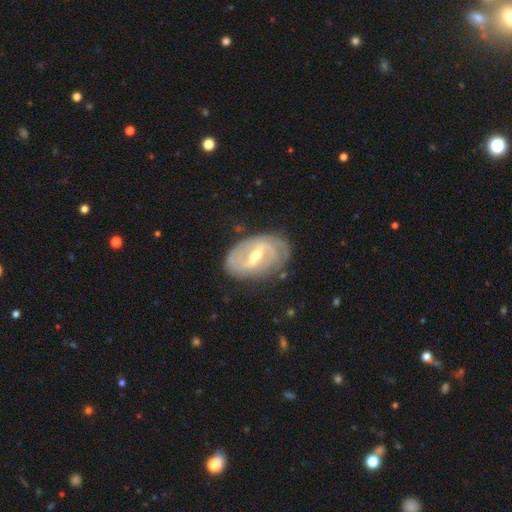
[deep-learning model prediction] This appears to be a featured or disk galaxy (83%) with a strong bar (49%), 2 (57%) tight (50%) spiral arms (89%) and a moderate central bulge (58%). Merging: none (74%).